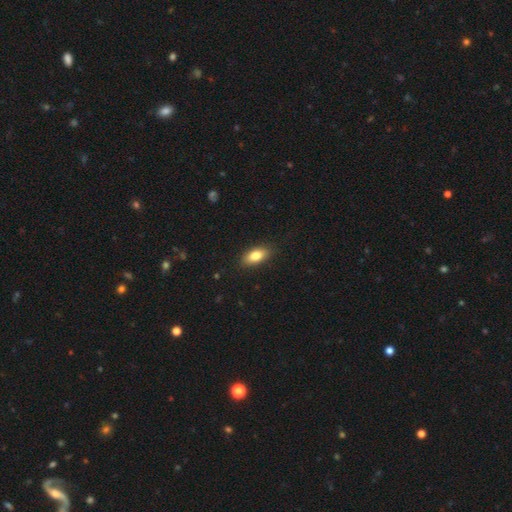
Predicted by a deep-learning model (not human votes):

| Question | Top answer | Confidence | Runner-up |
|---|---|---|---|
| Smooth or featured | smooth | 81% | featured or disk (12%) |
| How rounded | in between | 87% | cigar-shaped (8%) |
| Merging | none | 87% | minor disturbance (10%) |